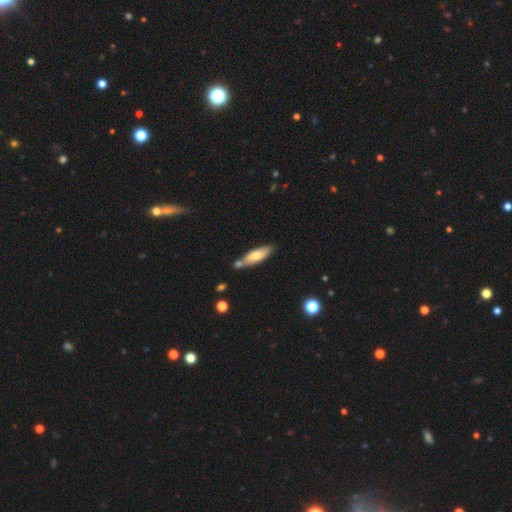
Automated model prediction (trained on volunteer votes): Smooth or featured: smooth — 67% (featured or disk — 27%)
How rounded: cigar-shaped — 55% (in between — 43%)
Merging: none — 55% (merger — 23%)